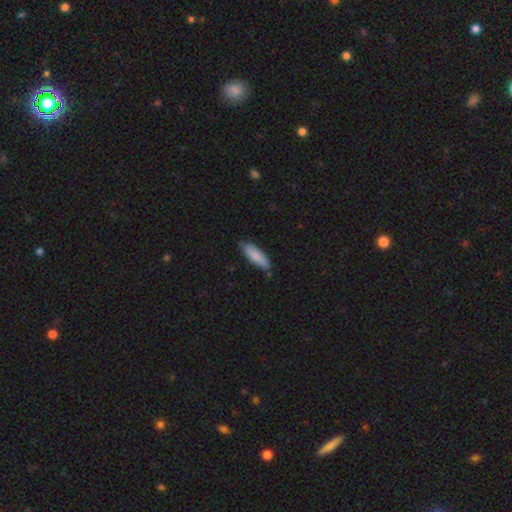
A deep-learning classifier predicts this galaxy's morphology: The model was most divided on "how rounded": in between: 52%, cigar-shaped: 47%, round: 1%. More confident: smooth or featured — smooth (83%); merging — none (78%).